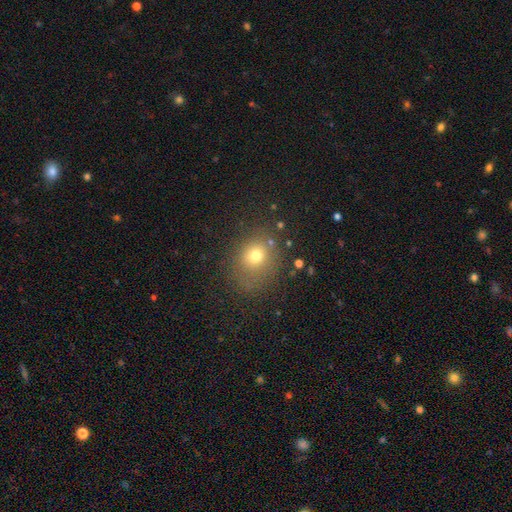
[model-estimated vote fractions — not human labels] Smooth or featured? smooth (72%)
How rounded? round (67%)
Merging? none (72%)